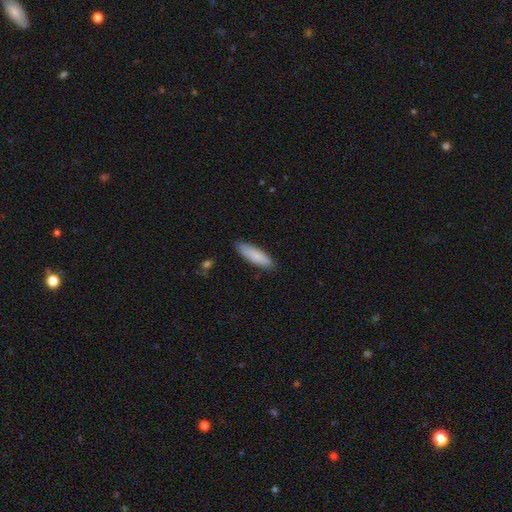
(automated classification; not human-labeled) Q: Smooth or featured?
A: smooth (85%); runner-up: featured or disk (10%)
Q: How rounded?
A: cigar-shaped (55%); runner-up: in between (43%)
Q: Merging?
A: none (85%); runner-up: minor disturbance (11%)